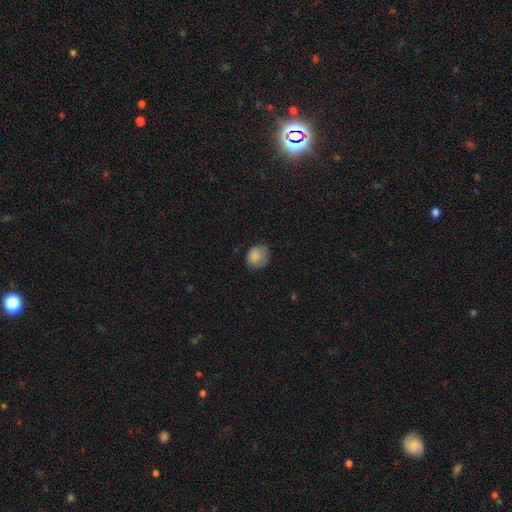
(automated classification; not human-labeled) This appears to be a smooth galaxy with no disk features (84%) that is round (59%). Merging: none (67%).